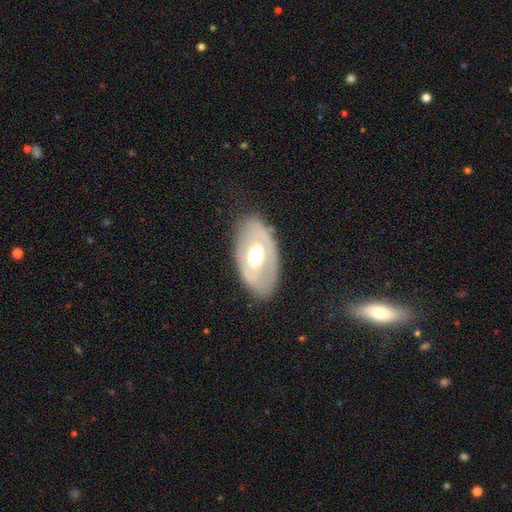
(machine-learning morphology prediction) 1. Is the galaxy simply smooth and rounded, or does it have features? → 61% featured or disk, 34% smooth, 6% star or artifact.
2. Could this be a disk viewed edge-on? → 88% no, 12% yes.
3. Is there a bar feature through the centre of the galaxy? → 63% no, 26% weak, 11% strong.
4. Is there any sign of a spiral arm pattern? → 72% no, 28% yes.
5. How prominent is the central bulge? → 66% moderate, 23% large, 8% small, 2% dominant, 1% none.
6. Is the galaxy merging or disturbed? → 77% none, 16% minor disturbance, 6% major disturbance, 1% merger.